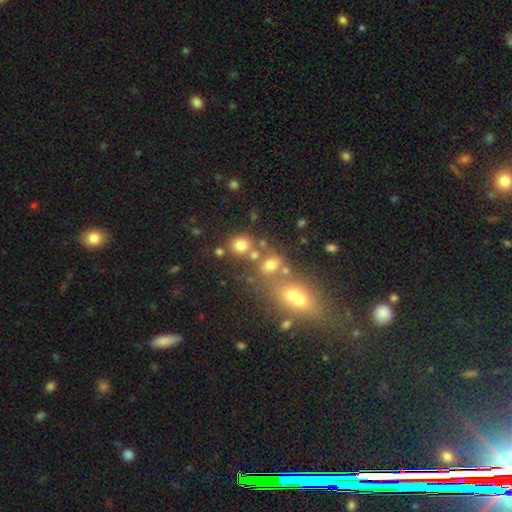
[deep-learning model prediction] smooth_or_featured: smooth (p=0.61) [alt: star or artifact p=0.24]
how_rounded: round (p=0.77) [alt: in between p=0.20]
merging: none (p=0.54) [alt: merger p=0.31]